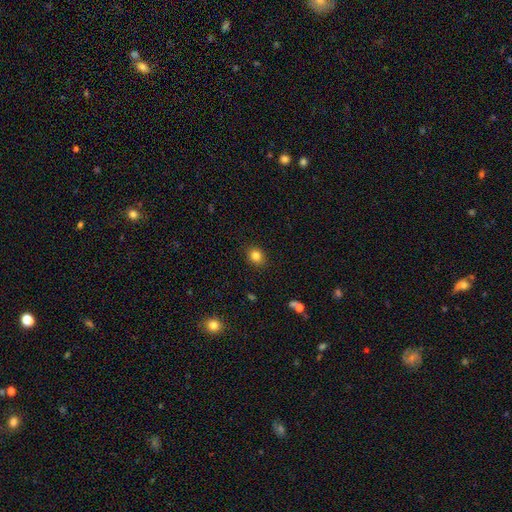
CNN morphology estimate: A smooth galaxy with no disk features (82%) that is round (64%). Merging: none (88%).